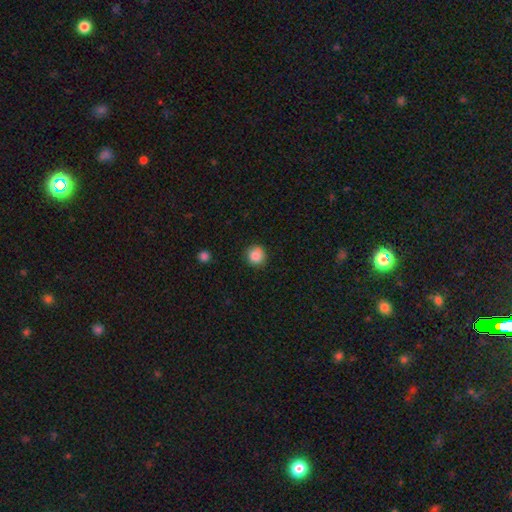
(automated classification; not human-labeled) Q: Smooth or featured?
A: smooth (86%); runner-up: star or artifact (10%)
Q: How rounded?
A: round (93%); runner-up: in between (6%)
Q: Merging?
A: none (88%); runner-up: minor disturbance (9%)